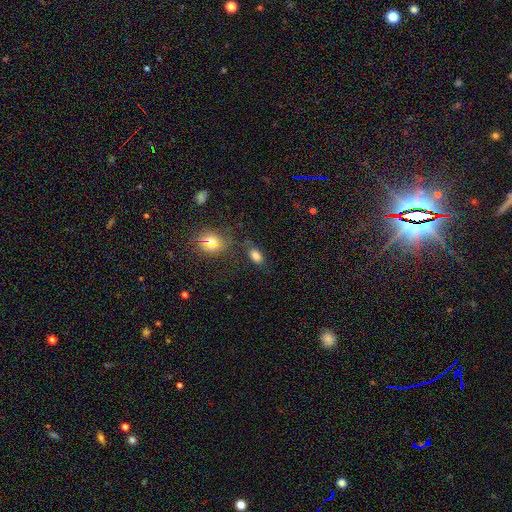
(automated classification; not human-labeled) This appears to be a smooth galaxy with no disk features (77%) that is in between round and cigar-shaped (87%). Merging: none (74%).